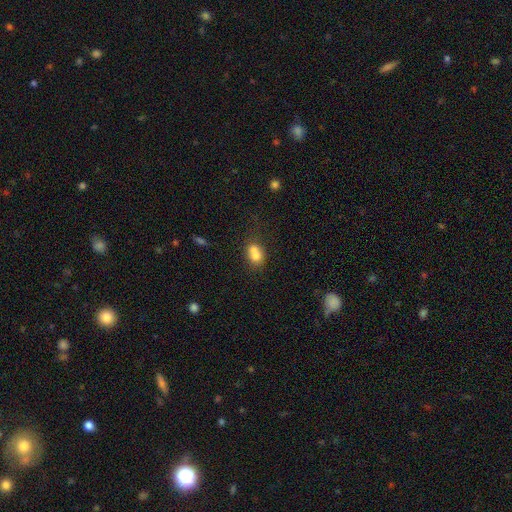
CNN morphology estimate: Overall: smooth (71%). How rounded: in between (51%; round 47%). Merging: merger (55%; none 30%).